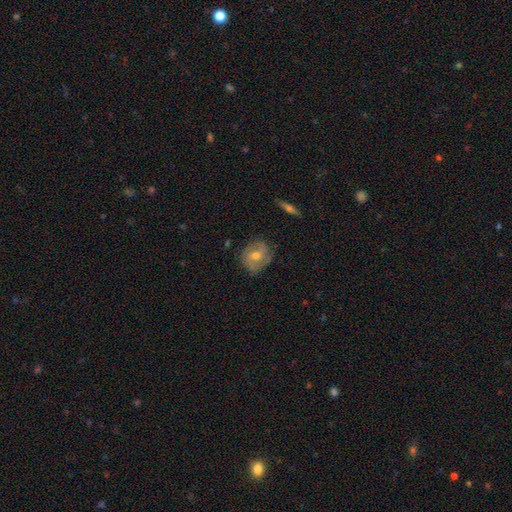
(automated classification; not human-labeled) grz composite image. It shows a featured or disk galaxy (62%) with no bar (57%), spiral arms (79%) and a moderate central bulge (67%). Merging: none (78%).